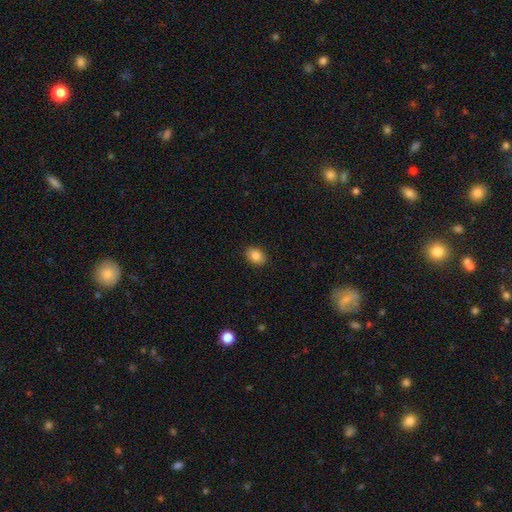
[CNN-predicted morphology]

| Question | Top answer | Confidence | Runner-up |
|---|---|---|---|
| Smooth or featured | smooth | 86% | star or artifact (9%) |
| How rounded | in between | 73% | round (26%) |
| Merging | none | 89% | minor disturbance (8%) |